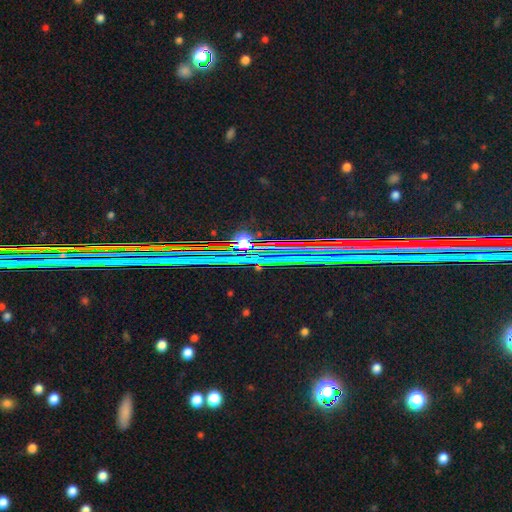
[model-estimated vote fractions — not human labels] This appears to be a star or artifact, not a galaxy (83%).